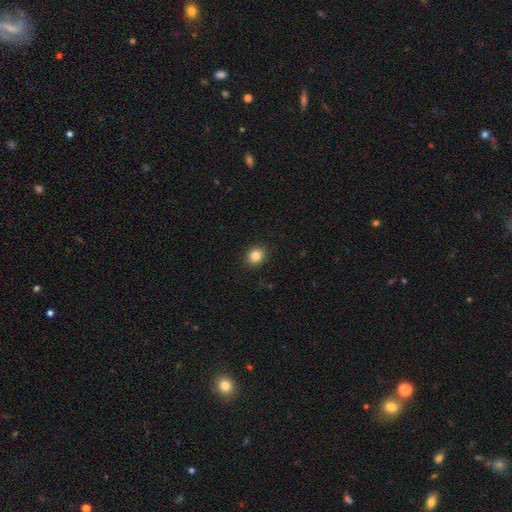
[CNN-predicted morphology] Q: Smooth or featured?
A: smooth (84%); runner-up: star or artifact (11%)
Q: How rounded?
A: round (79%); runner-up: in between (20%)
Q: Merging?
A: none (91%); runner-up: minor disturbance (6%)